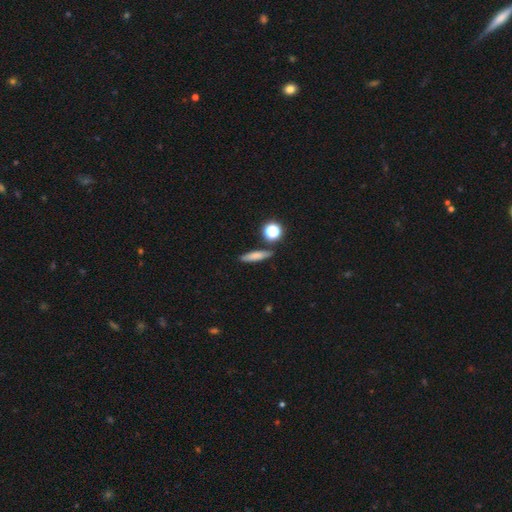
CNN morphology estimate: Smooth or featured? smooth (72%)
How rounded? cigar-shaped (68%)
Merging? none (82%)